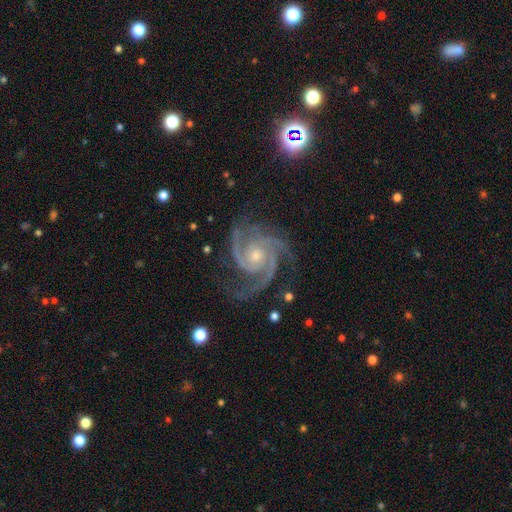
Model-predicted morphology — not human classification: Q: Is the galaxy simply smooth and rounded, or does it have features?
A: featured or disk — 94%.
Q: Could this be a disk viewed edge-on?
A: no — 98%.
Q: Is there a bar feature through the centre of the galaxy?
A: no — 72%.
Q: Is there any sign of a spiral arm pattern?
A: yes — 99%.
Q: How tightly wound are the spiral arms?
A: tight — 57%.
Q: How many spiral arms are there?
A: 3 — 62%.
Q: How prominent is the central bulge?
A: small — 48%, tied with moderate.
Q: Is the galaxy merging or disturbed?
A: none — 73%.